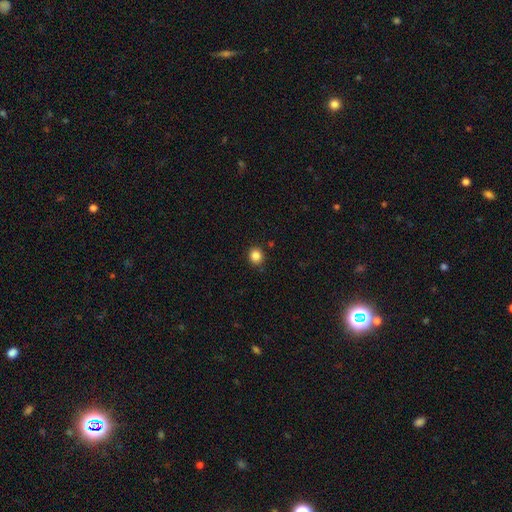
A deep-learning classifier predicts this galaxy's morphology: smooth_or_featured: smooth (p=0.86) [alt: star or artifact p=0.11]
how_rounded: round (p=0.83) [alt: in between p=0.16]
merging: none (p=0.89) [alt: minor disturbance p=0.07]